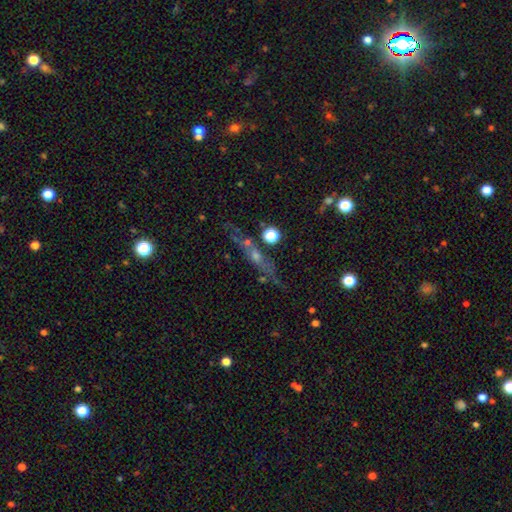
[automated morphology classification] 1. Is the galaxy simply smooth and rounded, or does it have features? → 47% featured or disk, 28% star or artifact, 25% smooth.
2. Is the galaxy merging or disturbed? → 72% none, 13% minor disturbance, 8% merger, 7% major disturbance.